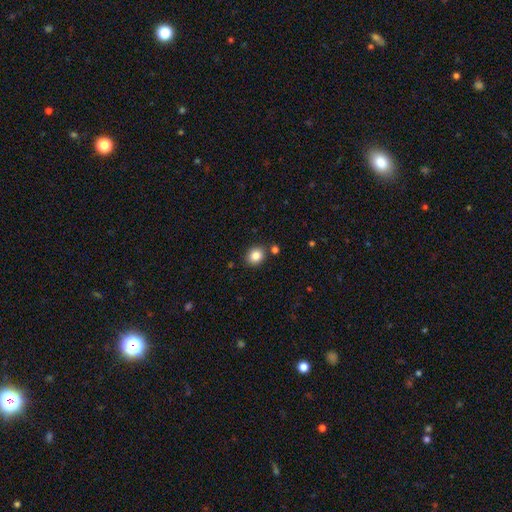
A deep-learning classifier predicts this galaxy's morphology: Smooth or featured?
  - smooth: 85% *
  - star or artifact: 10%
  - featured or disk: 6%
How rounded?
  - round: 69% *
  - in between: 30%
  - cigar-shaped: 1%
Merging?
  - none: 83% *
  - minor disturbance: 8%
  - merger: 6%
  - major disturbance: 2%